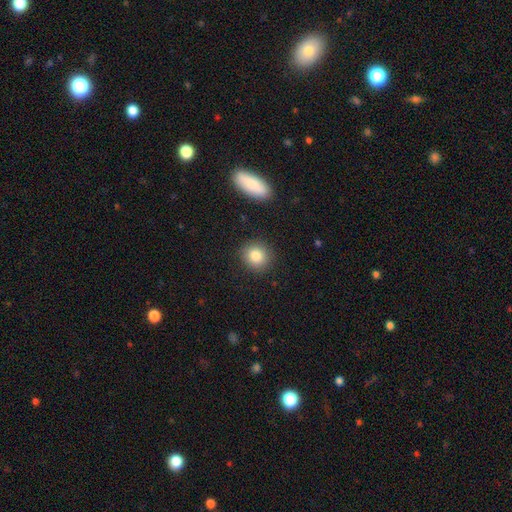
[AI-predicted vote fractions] smooth 84%, star or artifact 9%, featured or disk 7%. Down the decision tree: how rounded — round (86%); merging — none (88%).